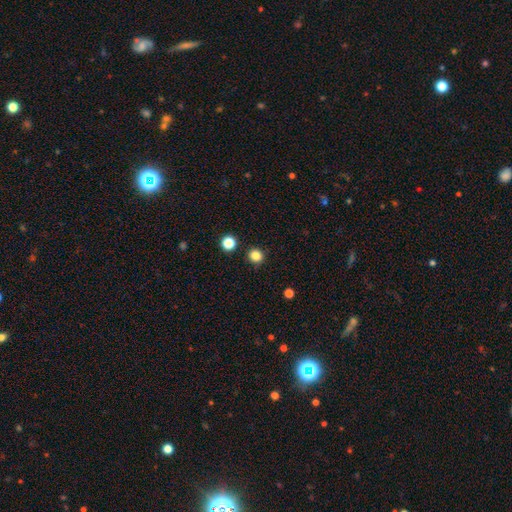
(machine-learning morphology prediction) A smooth galaxy with no disk features (84%) that is round (90%). Merging: none (90%).